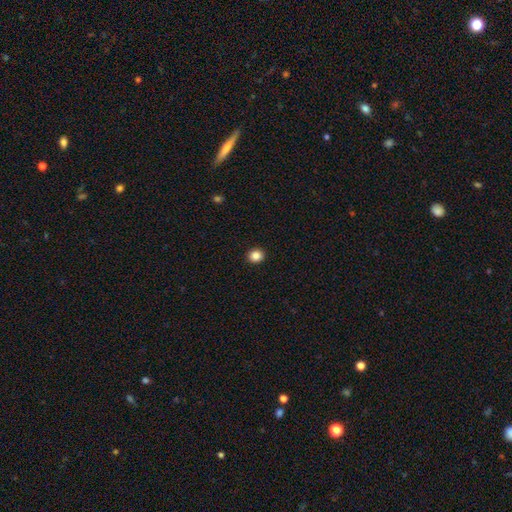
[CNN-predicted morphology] Smooth or featured: smooth — 86% (star or artifact — 11%)
How rounded: round — 79% (in between — 20%)
Merging: none — 93% (minor disturbance — 5%)